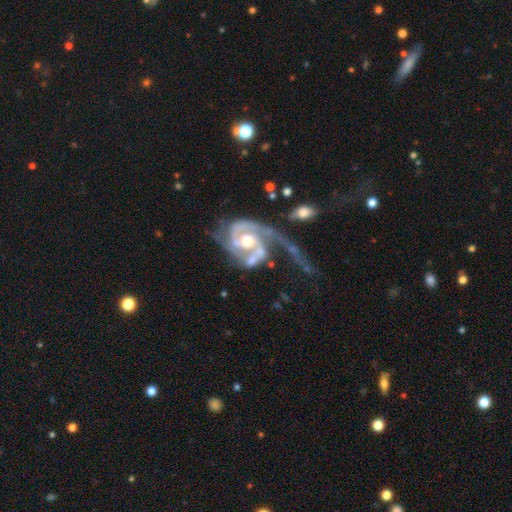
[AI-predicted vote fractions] smooth-or-featured: featured or disk: 90% | smooth: 5% | star or artifact: 4%
  disk-edge-on: no: 98% | yes: 2%
    bar: no: 56% | weak: 30% | strong: 14%
    has-spiral-arms: yes: 96% | no: 4%
      spiral-winding: medium: 44% | tight: 36% | loose: 20%
      spiral-arm-count: 2: 74% | 1: 7% | can't tell: 7% | 3: 7% | 4: 2% | more than 4: 2%
    bulge-size: moderate: 72% | large: 14% | small: 11% | none: 1% | dominant: 1%
  merging: major disturbance: 40% | merger: 25% | none: 21% | minor disturbance: 14%